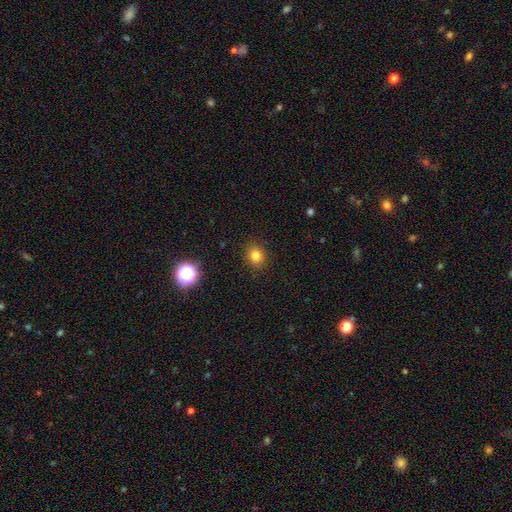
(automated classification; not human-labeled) smooth_or_featured: smooth (p=0.81) [alt: star or artifact p=0.14]
how_rounded: round (p=0.77) [alt: in between p=0.22]
merging: none (p=0.90) [alt: minor disturbance p=0.07]